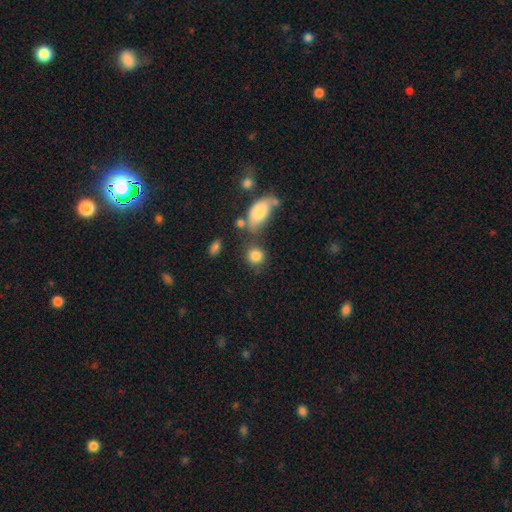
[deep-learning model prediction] Overall: smooth (84%). How rounded: round (75%). Merging: none (66%).